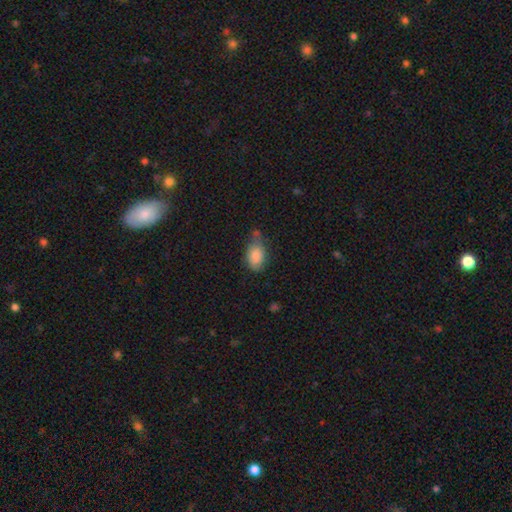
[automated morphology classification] Smooth or featured: smooth — 86% (star or artifact — 8%)
How rounded: in between — 88% (round — 10%)
Merging: none — 51% (minor disturbance — 31%)